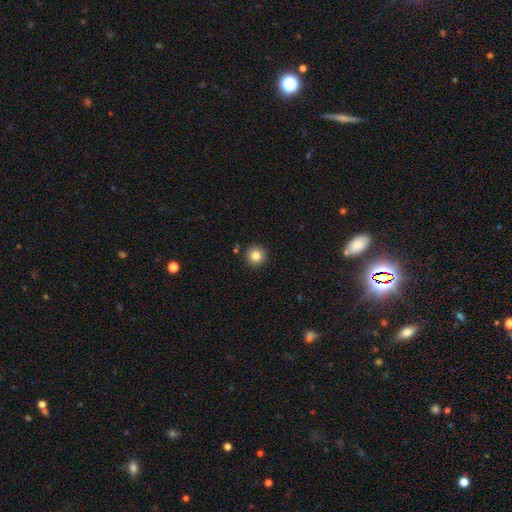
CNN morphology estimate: Smooth or featured?
  - smooth: 83% *
  - star or artifact: 10%
  - featured or disk: 7%
How rounded?
  - round: 96% *
  - in between: 3%
  - cigar-shaped: 1%
Merging?
  - none: 90% *
  - minor disturbance: 6%
  - merger: 2%
  - major disturbance: 2%